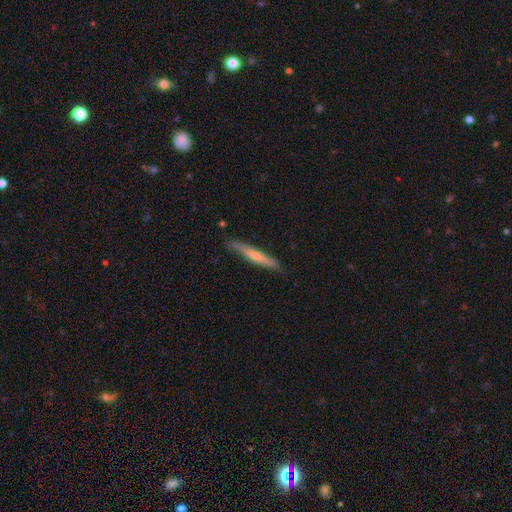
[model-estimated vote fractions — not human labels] Smooth or featured? Predicted: featured or disk (p=0.51). Edge-on disk? Predicted: yes (p=0.93). Merging? Predicted: none (p=0.84).